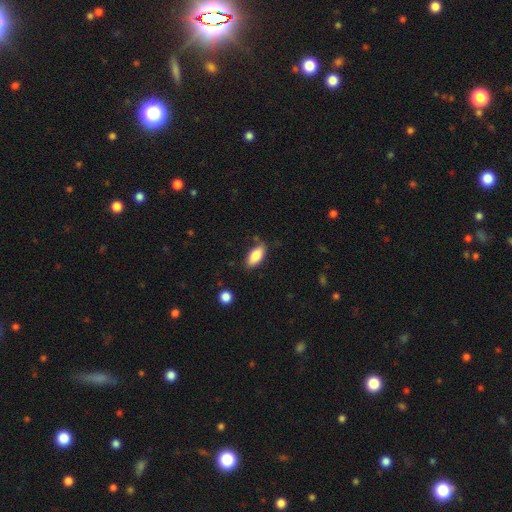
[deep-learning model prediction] Smooth or featured: smooth — 83% (featured or disk — 10%)
How rounded: in between — 88% (cigar-shaped — 9%)
Merging: none — 77% (minor disturbance — 17%)